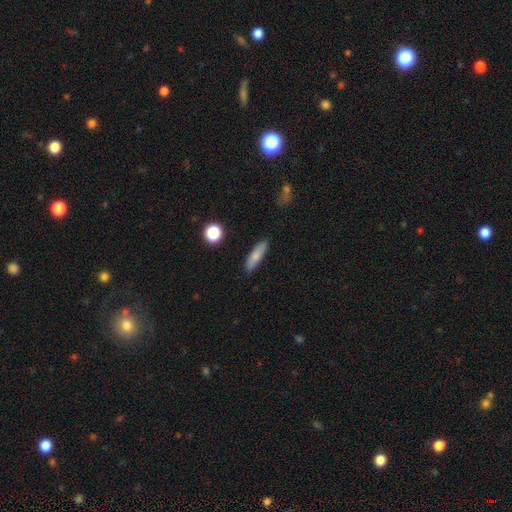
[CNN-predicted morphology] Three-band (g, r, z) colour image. It shows a smooth galaxy with no disk features (77%) that is cigar-shaped (65%). Merging: none (86%).